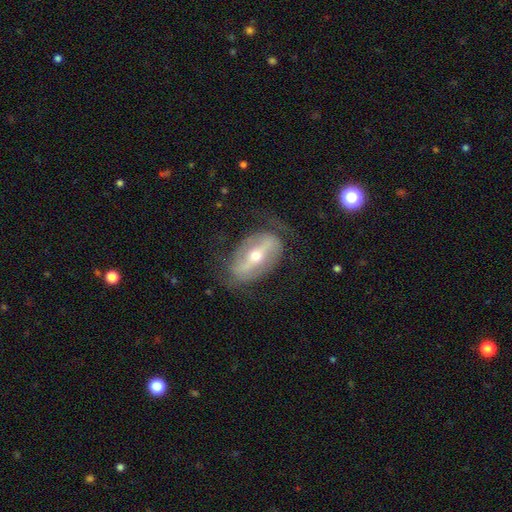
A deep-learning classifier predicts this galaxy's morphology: The model was most divided on "bulge size": moderate: 53%, small: 43%, large: 2%, dominant: 1%, none: 1%. More confident: edge-on disk — no (88%); smooth or featured — featured or disk (79%); spiral arms — yes (69%); bar — strong (66%); merging — none (65%).